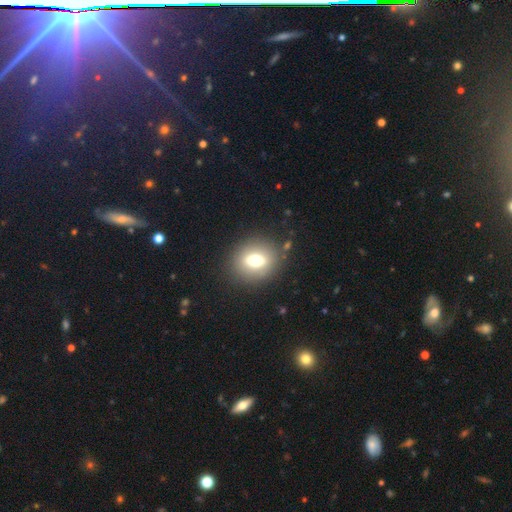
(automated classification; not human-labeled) A smooth galaxy with no disk features (47%).

Vote fractions:
- Smooth or featured? smooth: 47% / star or artifact: 36% / featured or disk: 17%
- Merging? none: 86% / minor disturbance: 8% / major disturbance: 4% / merger: 2%